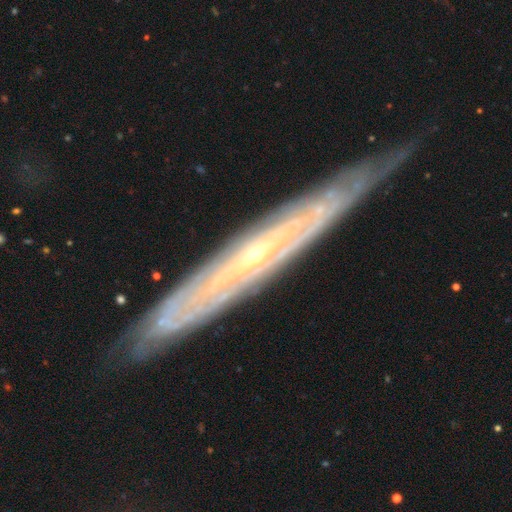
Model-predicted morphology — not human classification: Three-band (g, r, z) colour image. It shows a featured or disk galaxy (82%) viewed edge-on (57%). Merging: none (81%).